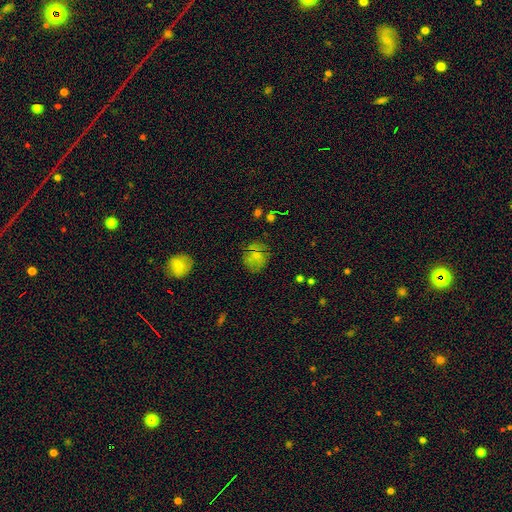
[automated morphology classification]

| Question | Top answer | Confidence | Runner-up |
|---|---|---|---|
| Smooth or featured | smooth | 68% | featured or disk (18%) |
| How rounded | round | 79% | in between (20%) |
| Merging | none | 68% | minor disturbance (19%) |